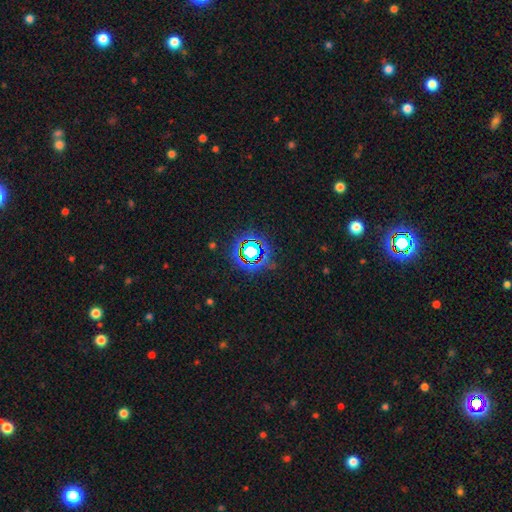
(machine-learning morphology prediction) Smooth or featured?
  - star or artifact: 78% *
  - smooth: 14%
  - featured or disk: 8%